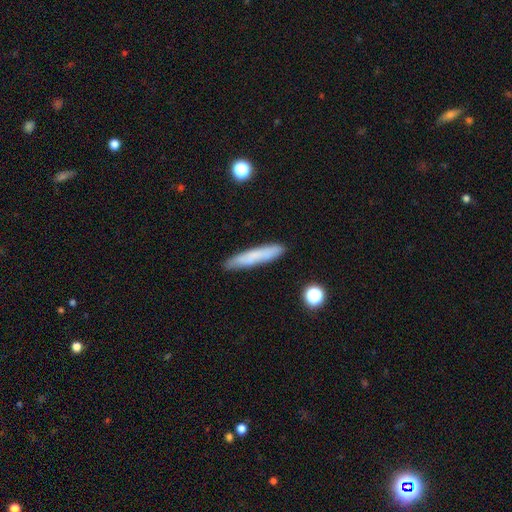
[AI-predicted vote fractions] Overall: smooth (72%). How rounded: cigar-shaped (91%). Merging: none (87%).